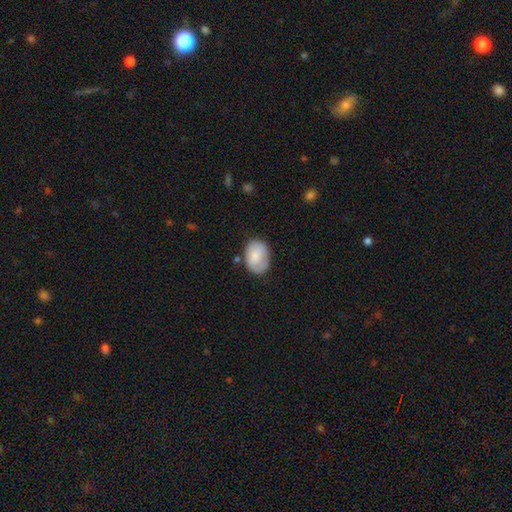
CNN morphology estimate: Overall: smooth (74%). How rounded: in between (76%). Merging: none (66%).